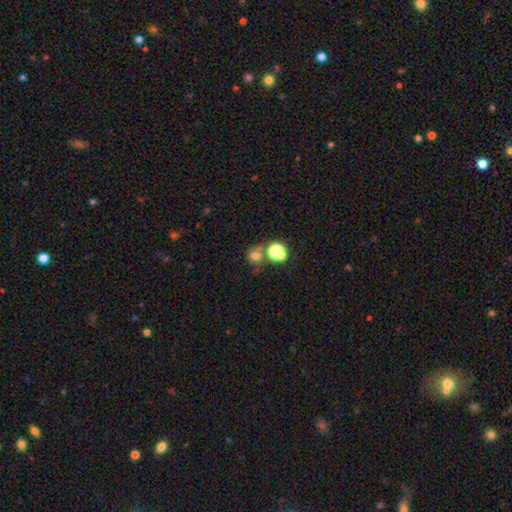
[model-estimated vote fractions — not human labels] smooth-or-featured: smooth: 66% | star or artifact: 23% | featured or disk: 11%
  how-rounded: round: 79% | in between: 20% | cigar-shaped: 1%
  merging: none: 54% | merger: 26% | minor disturbance: 12% | major disturbance: 7%